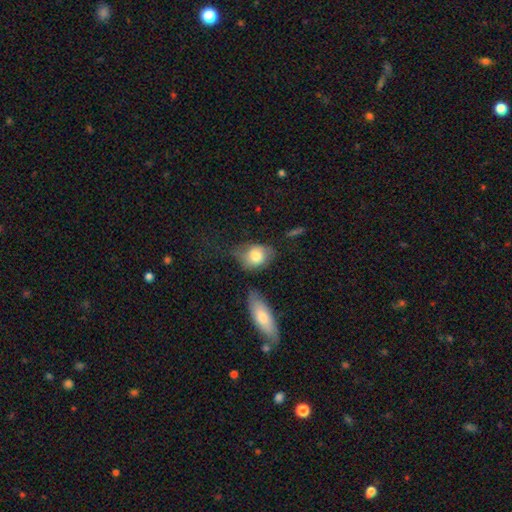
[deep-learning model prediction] smooth_or_featured: smooth (p=0.74) [alt: featured or disk p=0.19]
how_rounded: in between (p=0.66) [alt: round p=0.32]
merging: none (p=0.41) [alt: minor disturbance p=0.32]